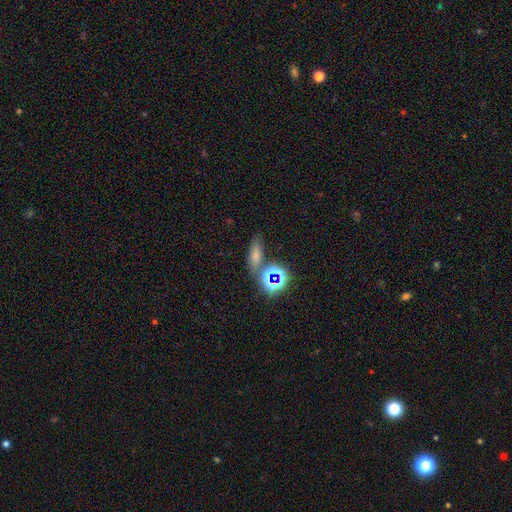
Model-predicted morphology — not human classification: smooth_or_featured: smooth (p=0.61) [alt: star or artifact p=0.27]
how_rounded: in between (p=0.60) [alt: cigar-shaped p=0.27]
merging: none (p=0.67) [alt: merger p=0.15]